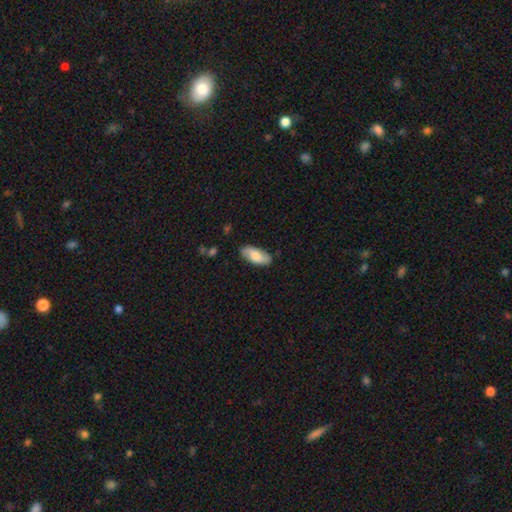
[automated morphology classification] smooth_or_featured: smooth (p=0.70) [alt: featured or disk p=0.24]
how_rounded: in between (p=0.87) [alt: cigar-shaped p=0.11]
merging: none (p=0.83) [alt: minor disturbance p=0.14]